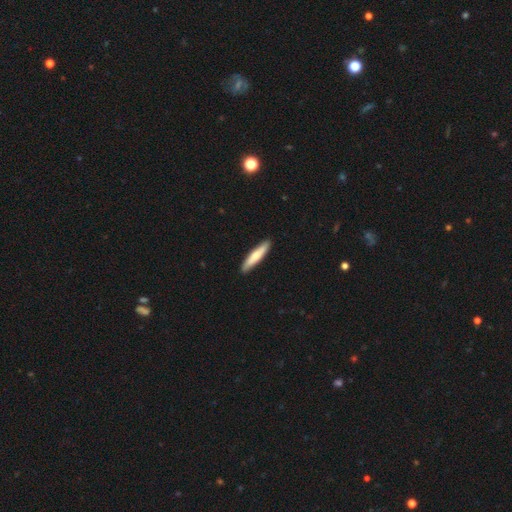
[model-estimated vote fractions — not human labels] A smooth galaxy with no disk features (69%) that is cigar-shaped (89%). Merging: none (91%).